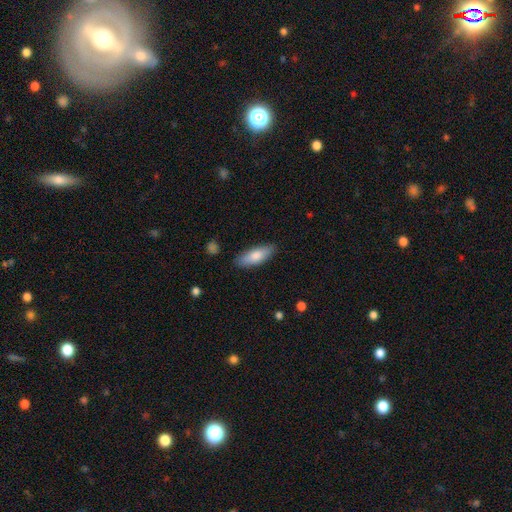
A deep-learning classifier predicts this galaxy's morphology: Overall: smooth (81%). How rounded: in between (68%; cigar-shaped 30%). Merging: none (86%).